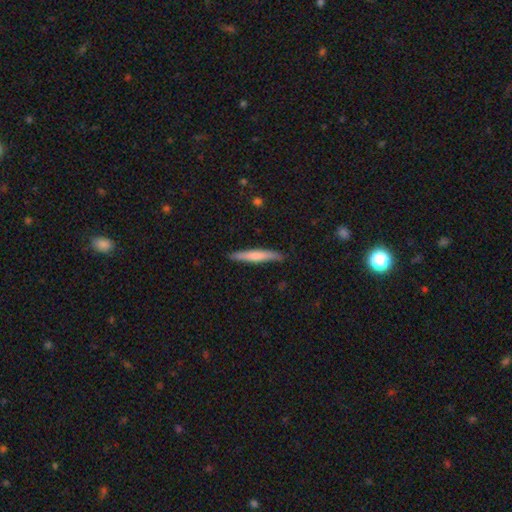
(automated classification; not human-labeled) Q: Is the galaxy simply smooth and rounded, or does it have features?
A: smooth — 64%.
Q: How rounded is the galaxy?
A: cigar-shaped — 93%.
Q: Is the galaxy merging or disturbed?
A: none — 85%.